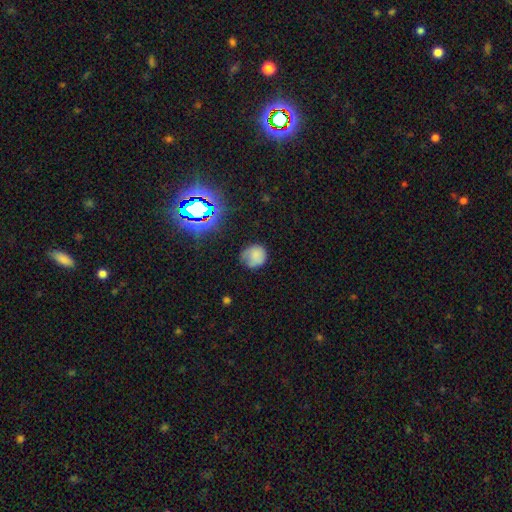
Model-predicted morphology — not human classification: This is likely a smooth galaxy (68%). How rounded: clearly round (82%). Merging: possibly none (55%).